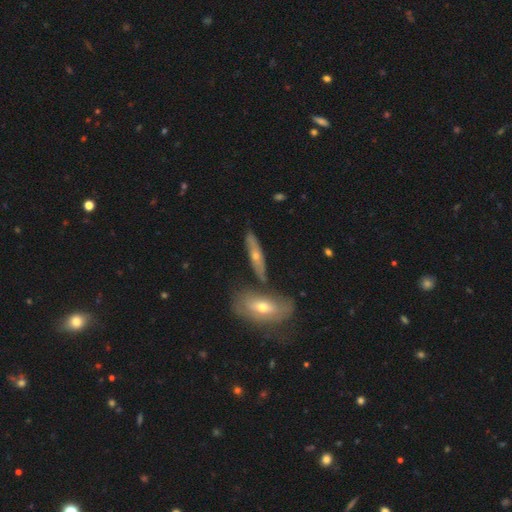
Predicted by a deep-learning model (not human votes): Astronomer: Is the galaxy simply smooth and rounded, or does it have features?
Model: featured or disk — 55% (runner-up: smooth, 36%).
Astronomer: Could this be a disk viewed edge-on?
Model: yes — 66%.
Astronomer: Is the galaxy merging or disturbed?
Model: none — 69%.